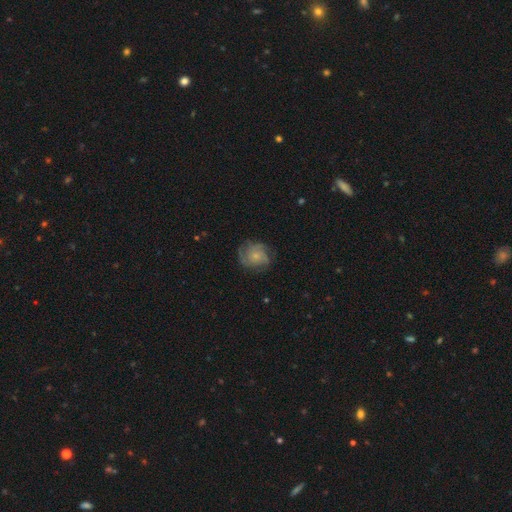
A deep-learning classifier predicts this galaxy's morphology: This appears to be a featured or disk galaxy (68%) with no bar (81%), 3 (35%) tight (46%) spiral arms (92%) and a small central bulge (69%). Merging: none (72%).